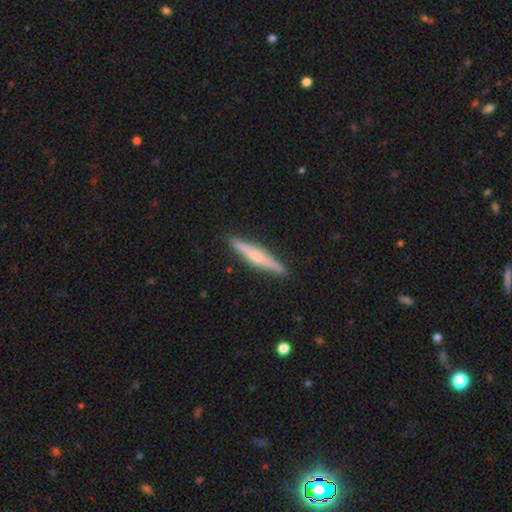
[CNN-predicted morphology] featured or disk 60%, smooth 34%, star or artifact 6%. Down the decision tree: edge-on disk — yes (97%); edge-on bulge — rounded (69%); merging — none (90%).